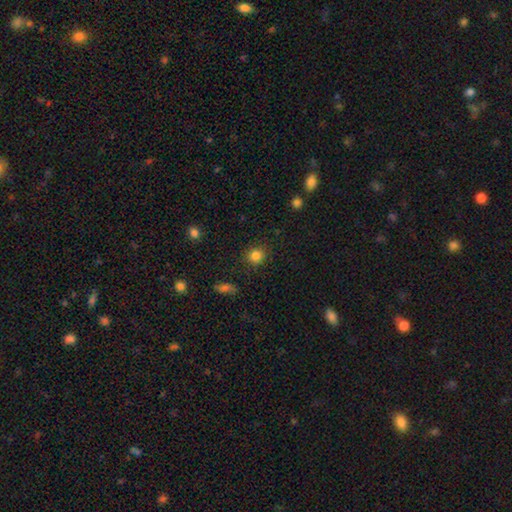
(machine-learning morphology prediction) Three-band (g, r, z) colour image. It shows a smooth galaxy with no disk features (83%) that is round (86%). Merging: none (88%).